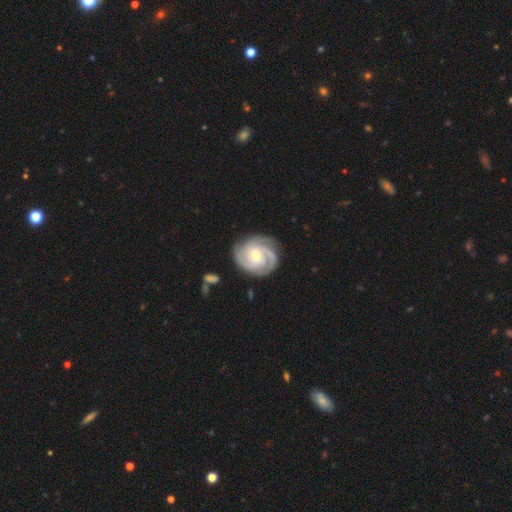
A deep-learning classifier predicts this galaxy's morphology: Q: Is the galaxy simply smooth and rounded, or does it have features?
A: featured or disk — 88%.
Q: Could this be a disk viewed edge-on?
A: no — 98%.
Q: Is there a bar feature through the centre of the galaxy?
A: no — 61%.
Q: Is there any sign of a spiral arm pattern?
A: yes — 98%.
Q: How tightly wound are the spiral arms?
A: tight — 63%.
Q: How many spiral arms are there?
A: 3 — 44%.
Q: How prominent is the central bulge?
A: small — 55%.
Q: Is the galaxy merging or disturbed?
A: none — 78%.